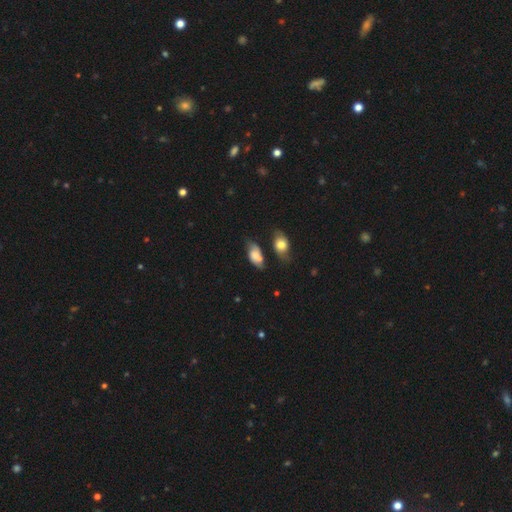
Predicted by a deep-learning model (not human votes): smooth_or_featured: smooth (p=0.62) [alt: featured or disk p=0.28]
how_rounded: in between (p=0.88) [alt: round p=0.08]
merging: none (p=0.48) [alt: minor disturbance p=0.28]